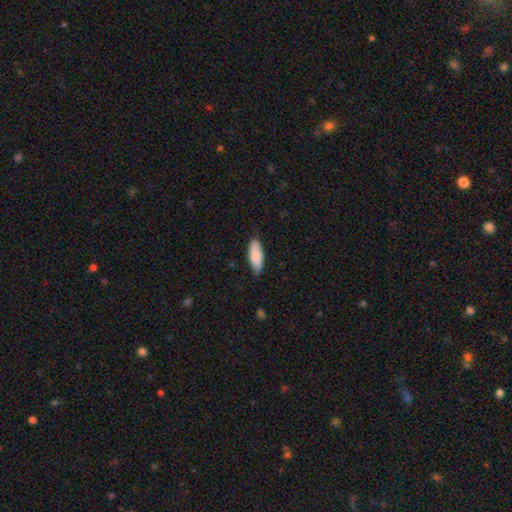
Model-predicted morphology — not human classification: Overall: smooth (86%). How rounded: in between (70%). Merging: none (81%).